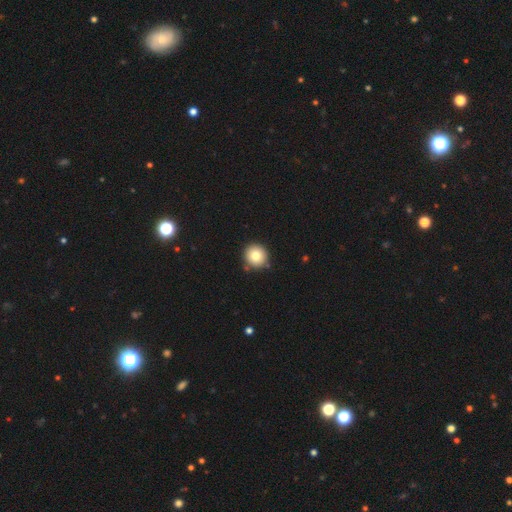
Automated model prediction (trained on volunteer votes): Smooth or featured?
  - smooth: 80% *
  - star or artifact: 11%
  - featured or disk: 10%
How rounded?
  - round: 95% *
  - in between: 5%
  - cigar-shaped: 1%
Merging?
  - none: 86% *
  - minor disturbance: 8%
  - merger: 3%
  - major disturbance: 2%